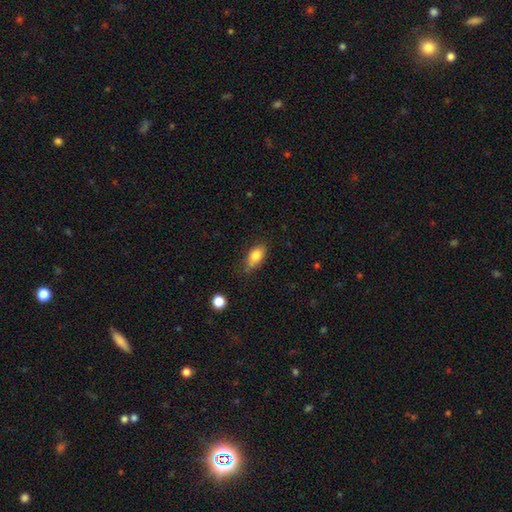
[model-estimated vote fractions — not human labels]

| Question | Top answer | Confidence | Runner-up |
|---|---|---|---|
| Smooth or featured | smooth | 81% | featured or disk (11%) |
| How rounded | in between | 86% | round (9%) |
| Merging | none | 60% | minor disturbance (29%) |